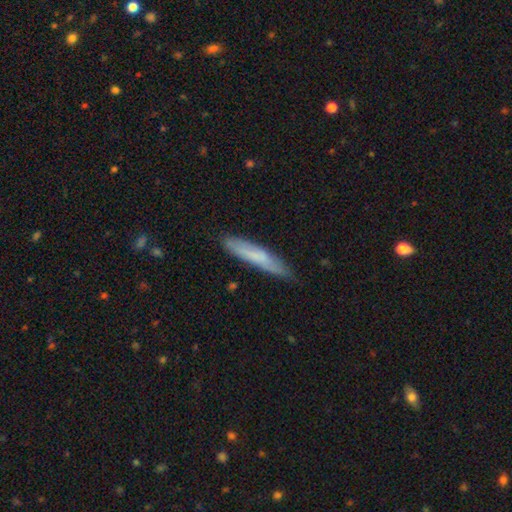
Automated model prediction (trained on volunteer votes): This is likely a smooth galaxy (67%). How rounded: clearly cigar-shaped (89%). Merging: likely none (78%).